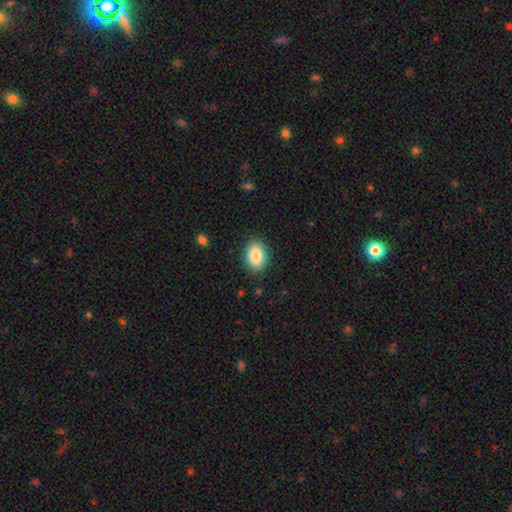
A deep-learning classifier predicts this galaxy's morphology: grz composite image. It shows a smooth galaxy with no disk features (86%) that is in between round and cigar-shaped (76%). Merging: none (88%).